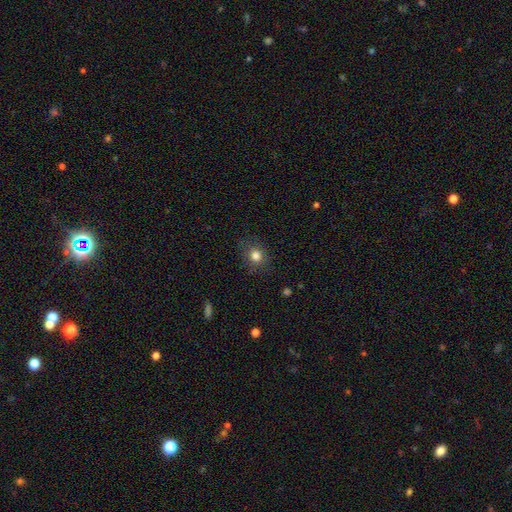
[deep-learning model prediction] A smooth galaxy with no disk features (82%) that is round (75%). Merging: none (83%).